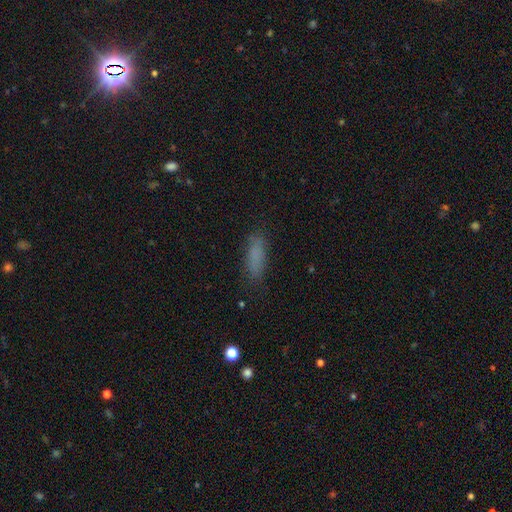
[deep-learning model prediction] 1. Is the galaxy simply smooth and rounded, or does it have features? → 81% smooth, 10% star or artifact, 9% featured or disk.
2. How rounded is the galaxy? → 55% in between, 43% cigar-shaped, 2% round.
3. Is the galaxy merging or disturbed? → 81% none, 14% minor disturbance, 4% major disturbance, 1% merger.